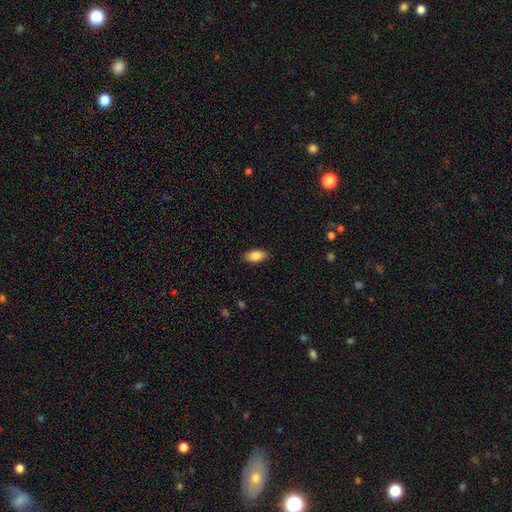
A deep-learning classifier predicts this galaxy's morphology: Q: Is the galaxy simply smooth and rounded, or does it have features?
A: smooth — 87%.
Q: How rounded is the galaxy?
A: in between — 92%.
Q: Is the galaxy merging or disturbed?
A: none — 87%.